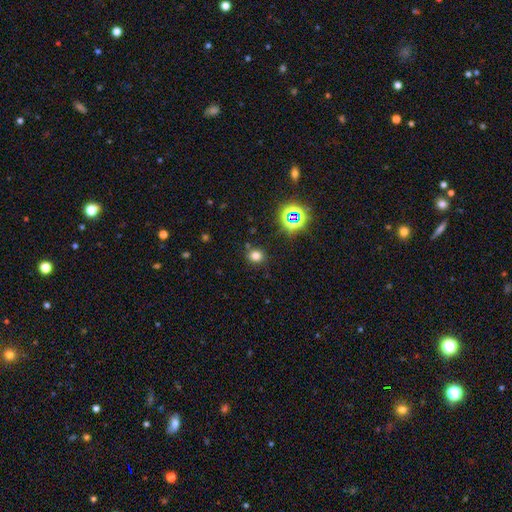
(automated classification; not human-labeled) The model was most divided on "smooth or featured": smooth: 73%, star or artifact: 21%, featured or disk: 6%. More confident: merging — none (84%); how rounded — round (76%).